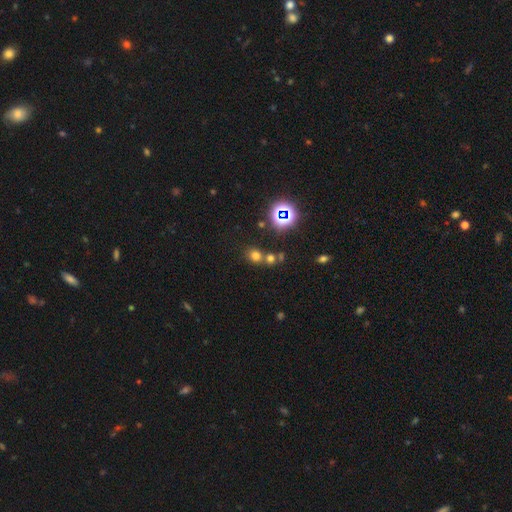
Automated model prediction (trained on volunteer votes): smooth 63%, star or artifact 29%, featured or disk 8%. Down the decision tree: how rounded — round (75%); merging — none (60%).